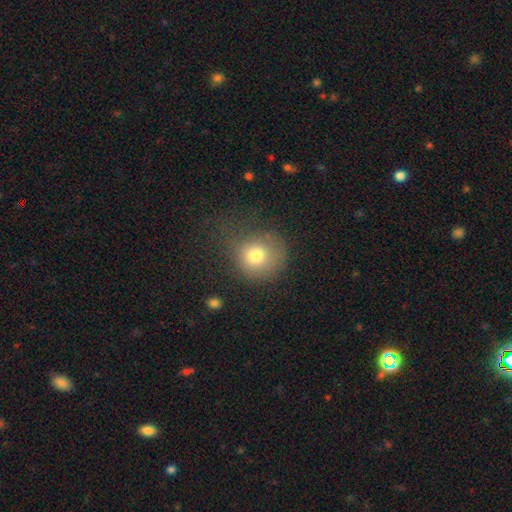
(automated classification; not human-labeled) Morphology: type=smooth (77%); roundness=round (87%); merging=none (53%).